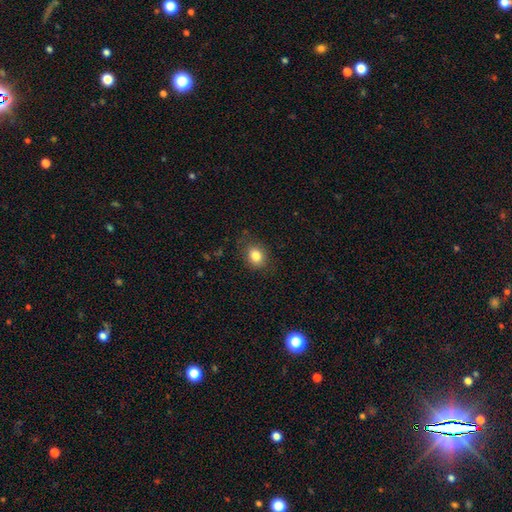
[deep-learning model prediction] This is clearly a smooth galaxy (83%). How rounded: possibly in between (51%). Merging: clearly none (80%).